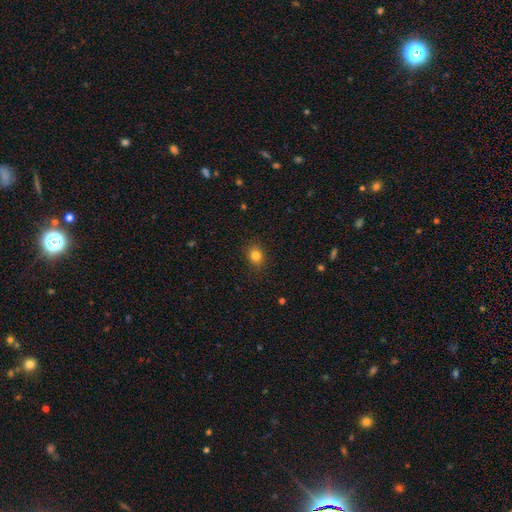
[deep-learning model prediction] Smooth or featured? Predicted: smooth (p=0.83). How rounded? Predicted: round (p=0.59). Merging? Predicted: none (p=0.87).